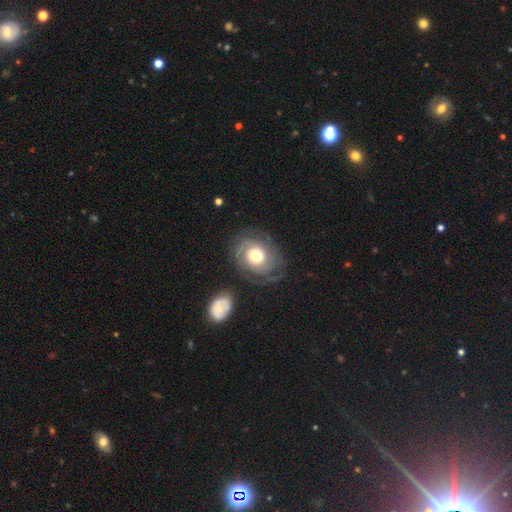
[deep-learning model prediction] Smooth or featured: featured or disk — 63% (smooth — 30%)
Edge-on disk: no — 97% (yes — 3%)
Bar: no — 82% (weak — 15%)
Spiral arms: yes — 82% (no — 18%)
Bulge size: large — 43% (tied with moderate — 43%)
Merging: none — 66% (minor disturbance — 18%)